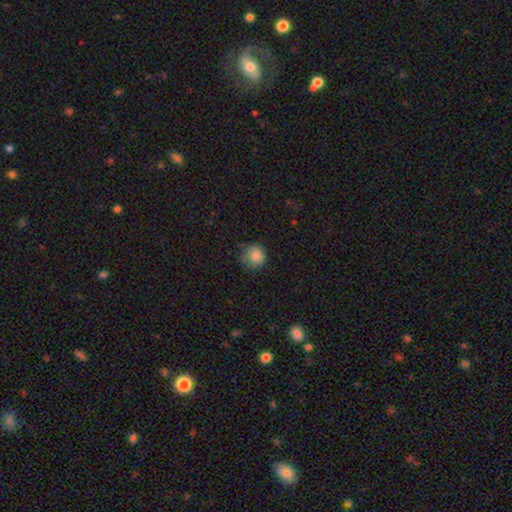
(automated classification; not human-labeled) Morphology: type=smooth (84%); roundness=round (91%); merging=none (74%).